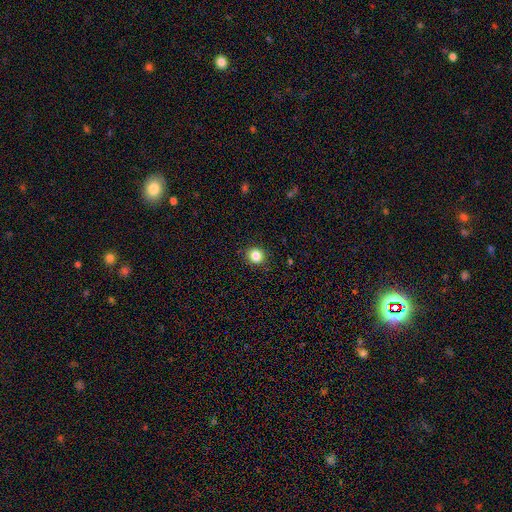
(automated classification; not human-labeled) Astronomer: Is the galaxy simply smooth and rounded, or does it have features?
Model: smooth — 84%.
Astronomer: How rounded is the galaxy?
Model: round — 84%.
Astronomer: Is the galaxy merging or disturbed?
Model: none — 90%.